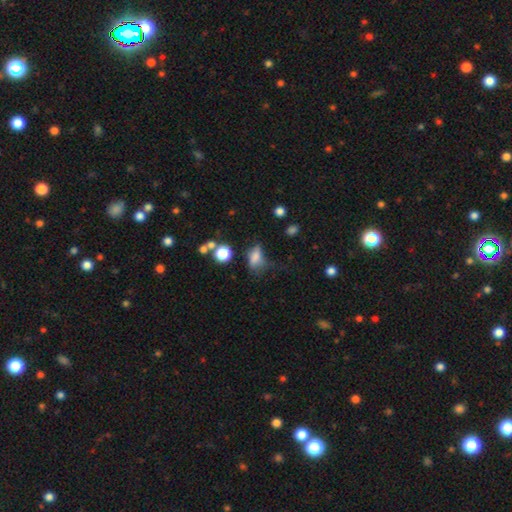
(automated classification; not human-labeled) smooth 73%, featured or disk 14%, star or artifact 13%. Down the decision tree: how rounded — in between (76%); merging — none (31%, tied with minor disturbance and major disturbance).